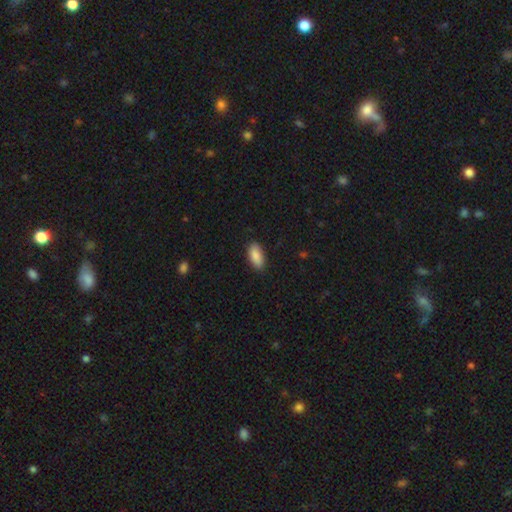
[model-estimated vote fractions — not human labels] Morphology: type=smooth (89%); roundness=in between (90%); merging=none (87%).